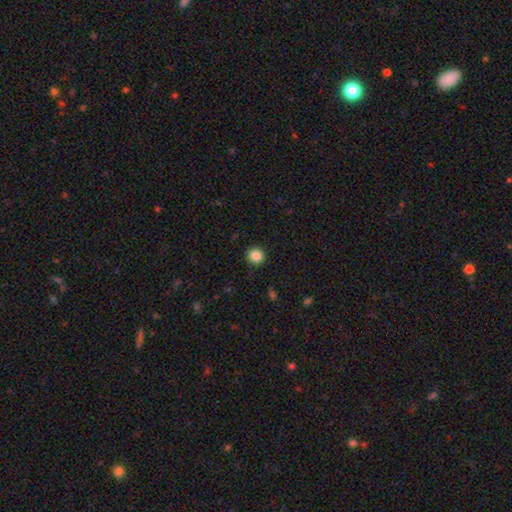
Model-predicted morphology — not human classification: A smooth galaxy with no disk features (85%) that is round (93%). Merging: none (92%).